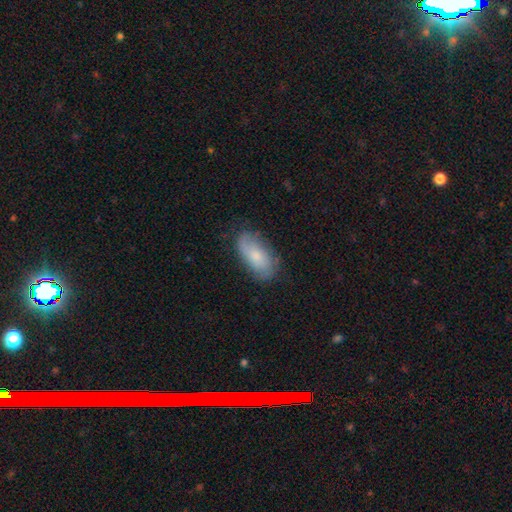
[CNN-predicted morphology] smooth_or_featured: smooth (p=0.59) [alt: featured or disk p=0.34]
how_rounded: in between (p=0.91) [alt: cigar-shaped p=0.05]
merging: none (p=0.67) [alt: minor disturbance p=0.24]